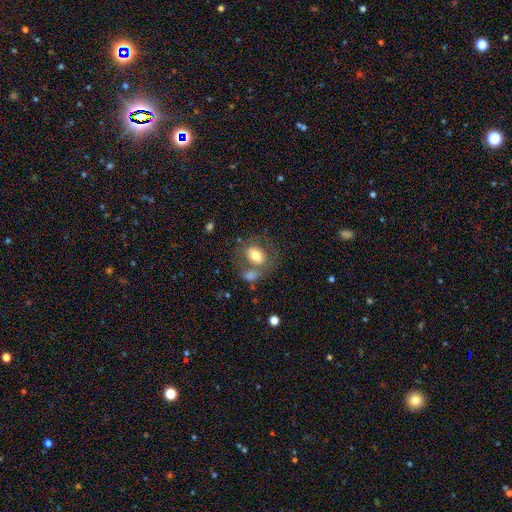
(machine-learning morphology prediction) Smooth or featured: smooth — 72% (featured or disk — 20%)
How rounded: in between — 68% (round — 31%)
Merging: none — 50% (merger — 28%)